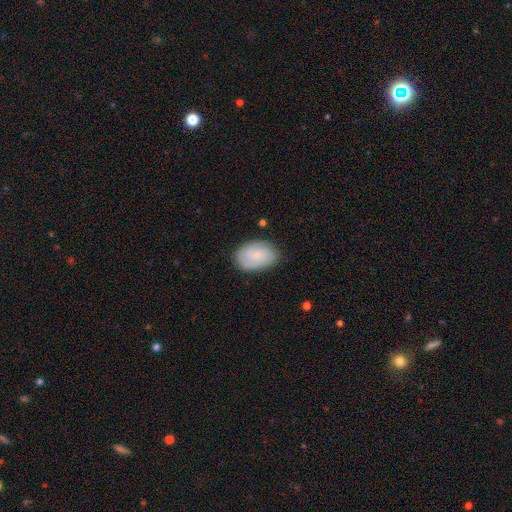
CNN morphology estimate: Smooth or featured? Predicted: featured or disk (p=0.47). Merging? Predicted: none (p=0.80).